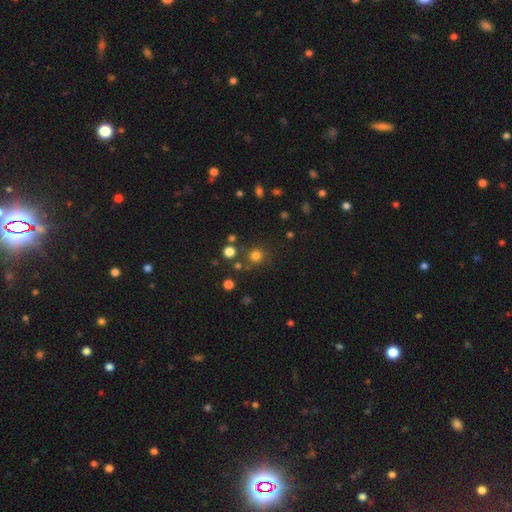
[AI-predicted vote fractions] This is likely a smooth galaxy (77%). How rounded: clearly round (93%). Merging: likely none (80%).